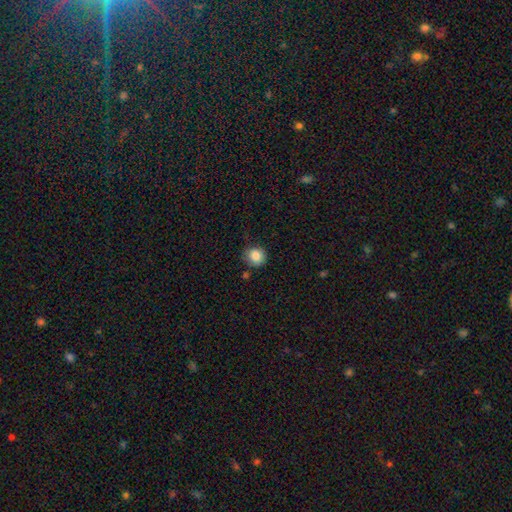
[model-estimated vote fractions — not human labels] Morphology: type=smooth (85%); roundness=round (87%); merging=none (75%).